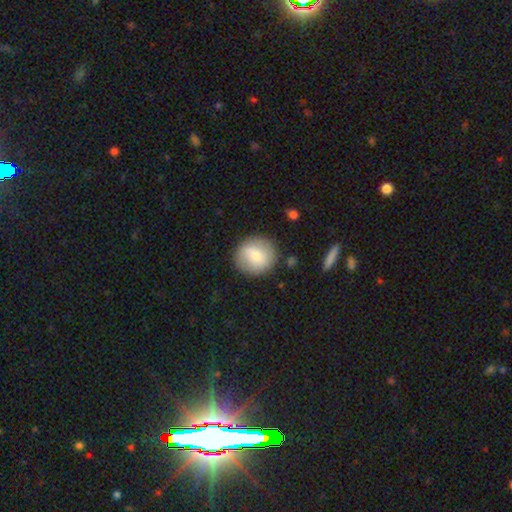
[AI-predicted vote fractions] smooth-or-featured: smooth: 71% | featured or disk: 22% | star or artifact: 7%
  how-rounded: round: 89% | in between: 10% | cigar-shaped: 1%
  merging: none: 83% | minor disturbance: 11% | major disturbance: 4% | merger: 2%